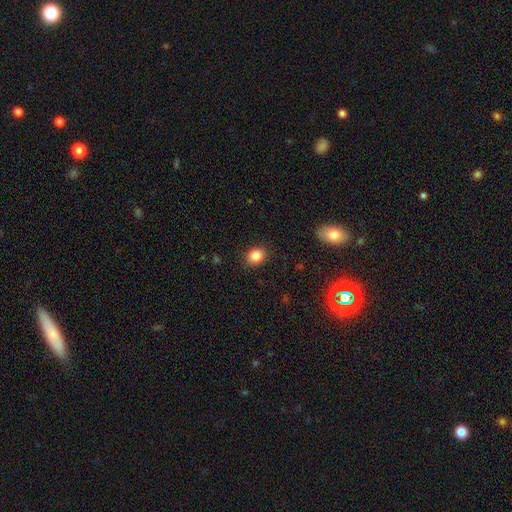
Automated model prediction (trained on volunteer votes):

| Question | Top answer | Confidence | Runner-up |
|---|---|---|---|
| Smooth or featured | smooth | 85% | star or artifact (10%) |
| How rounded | round | 56% | in between (43%) |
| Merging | none | 88% | minor disturbance (8%) |